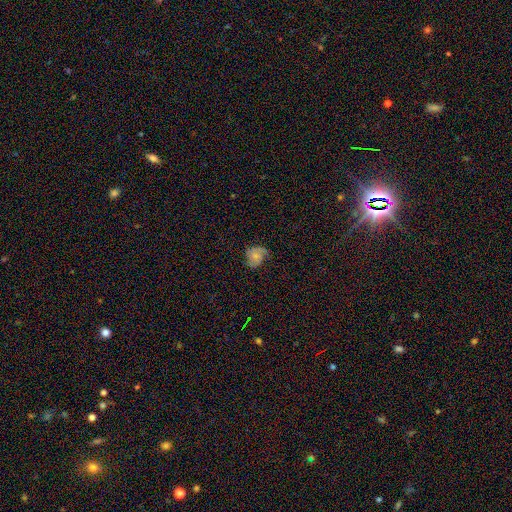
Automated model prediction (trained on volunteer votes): Smooth or featured? Predicted: featured or disk (p=0.58). Edge-on disk? Predicted: no (p=0.98). Bar? Predicted: no (p=0.76). Spiral arms? Predicted: yes (p=0.91). Spiral winding? Predicted: medium (p=0.42). Spiral arm count? Predicted: 2 (p=0.51). Bulge size? Predicted: small (p=0.59). Merging? Predicted: none (p=0.58).